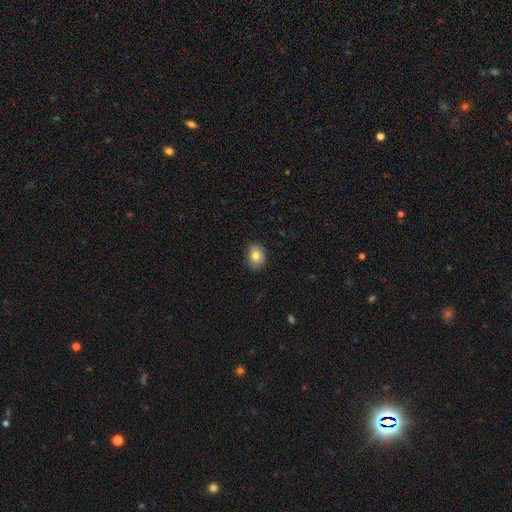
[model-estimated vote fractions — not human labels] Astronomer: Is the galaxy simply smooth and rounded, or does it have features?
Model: smooth — 81%.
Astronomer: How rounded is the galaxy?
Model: in between — 64%.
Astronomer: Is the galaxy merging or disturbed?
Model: none — 86%.